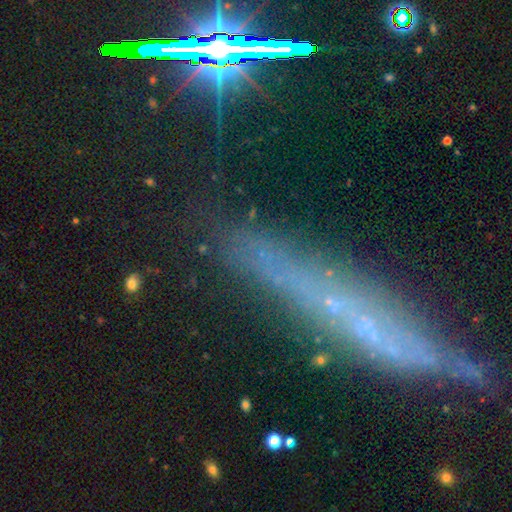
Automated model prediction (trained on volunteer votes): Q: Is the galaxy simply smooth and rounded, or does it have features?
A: featured or disk — 43%.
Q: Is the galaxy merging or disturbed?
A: none — 76%.